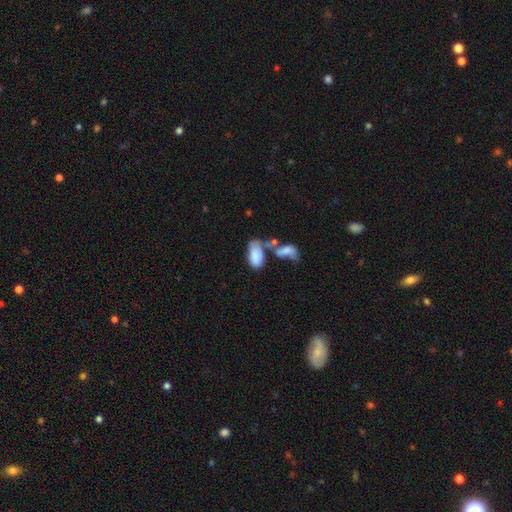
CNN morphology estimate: Q: Smooth or featured?
A: smooth (81%); runner-up: featured or disk (12%)
Q: How rounded?
A: in between (94%); runner-up: cigar-shaped (3%)
Q: Merging?
A: merger (41%); runner-up: none (28%)